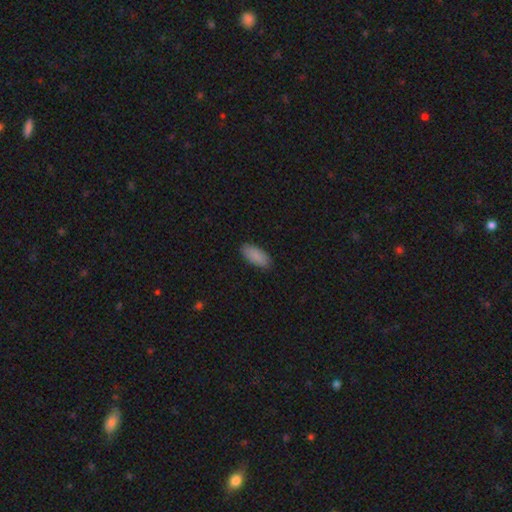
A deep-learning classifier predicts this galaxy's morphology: smooth-or-featured: smooth: 89% | star or artifact: 6% | featured or disk: 5%
  how-rounded: in between: 91% | cigar-shaped: 7% | round: 2%
  merging: none: 88% | minor disturbance: 9% | major disturbance: 2% | merger: 1%